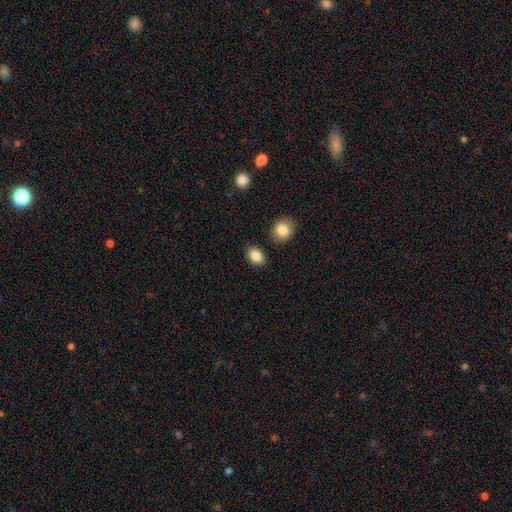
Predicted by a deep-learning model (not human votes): Smooth or featured: smooth — 87% (star or artifact — 9%)
How rounded: in between — 70% (round — 29%)
Merging: none — 82% (minor disturbance — 10%)